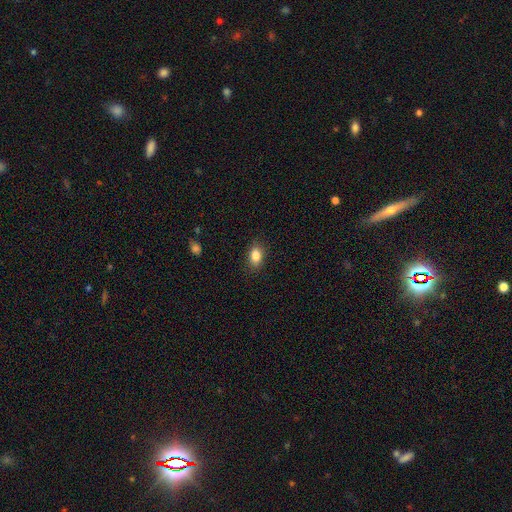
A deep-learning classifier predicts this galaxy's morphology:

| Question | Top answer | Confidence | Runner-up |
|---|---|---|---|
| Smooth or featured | smooth | 85% | star or artifact (9%) |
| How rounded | in between | 81% | round (17%) |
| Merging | none | 86% | minor disturbance (11%) |